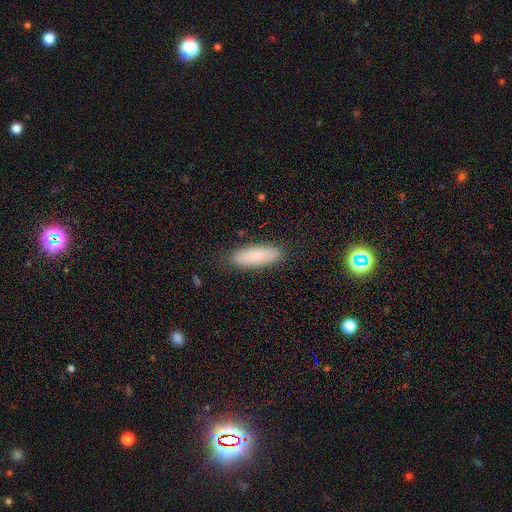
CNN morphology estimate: Smooth or featured? Predicted: smooth (p=0.80). How rounded? Predicted: in between (p=0.61). Merging? Predicted: none (p=0.86).